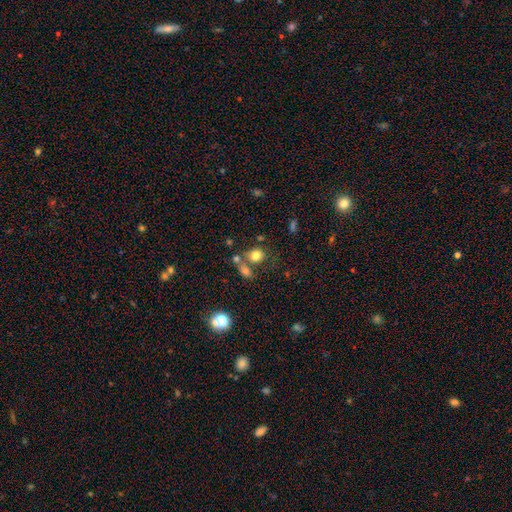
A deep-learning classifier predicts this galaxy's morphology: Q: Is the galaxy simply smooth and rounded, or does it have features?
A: smooth — 77%.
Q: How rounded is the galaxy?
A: round — 70%.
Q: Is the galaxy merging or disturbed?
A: none — 53%.